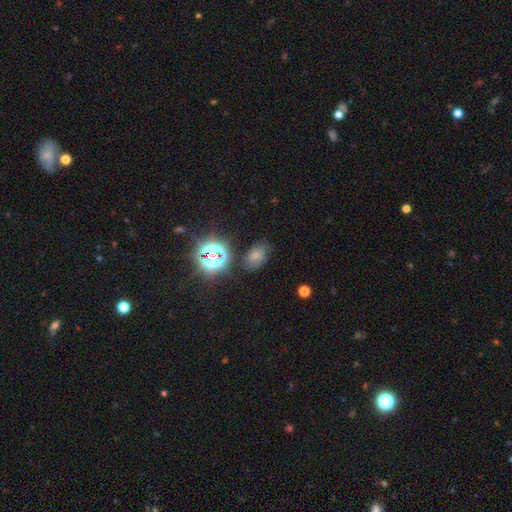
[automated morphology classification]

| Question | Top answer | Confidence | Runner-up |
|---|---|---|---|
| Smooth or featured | smooth | 59% | star or artifact (28%) |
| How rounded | in between | 82% | round (16%) |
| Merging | none | 69% | minor disturbance (20%) |